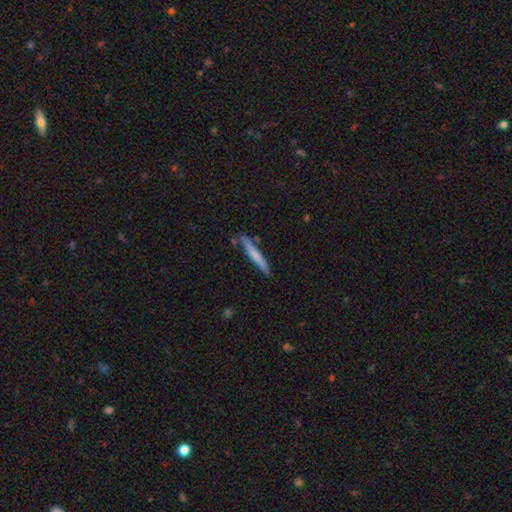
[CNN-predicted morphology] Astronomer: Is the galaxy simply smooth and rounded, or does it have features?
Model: smooth — 65%.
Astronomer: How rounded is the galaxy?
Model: cigar-shaped — 95%.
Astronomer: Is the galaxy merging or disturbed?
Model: none — 81%.